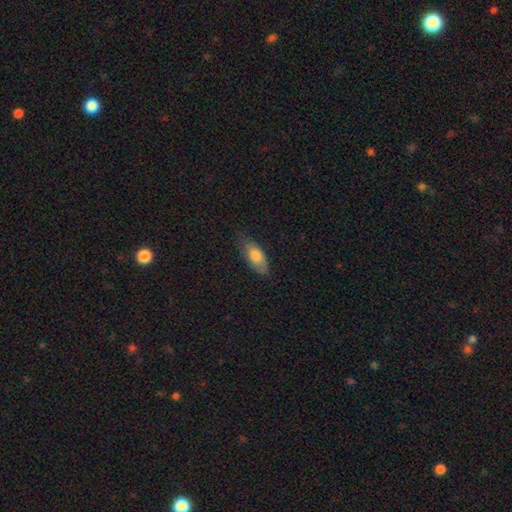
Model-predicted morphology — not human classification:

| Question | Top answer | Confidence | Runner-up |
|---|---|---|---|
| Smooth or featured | smooth | 79% | featured or disk (15%) |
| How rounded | in between | 84% | cigar-shaped (13%) |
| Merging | none | 69% | minor disturbance (25%) |